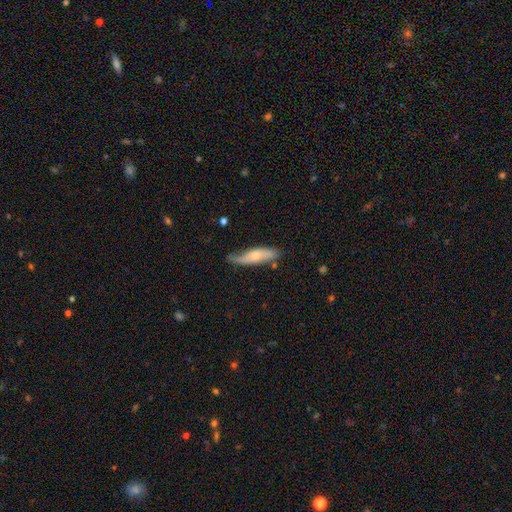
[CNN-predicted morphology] Smooth or featured? smooth (48%)
Merging? none (53%)